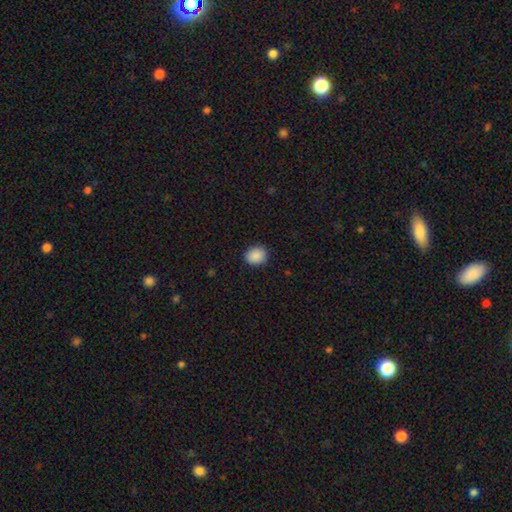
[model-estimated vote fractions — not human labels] Smooth or featured?
  - smooth: 89% *
  - star or artifact: 8%
  - featured or disk: 3%
How rounded?
  - round: 70% *
  - in between: 29%
  - cigar-shaped: 1%
Merging?
  - none: 89% *
  - minor disturbance: 8%
  - major disturbance: 2%
  - merger: 1%